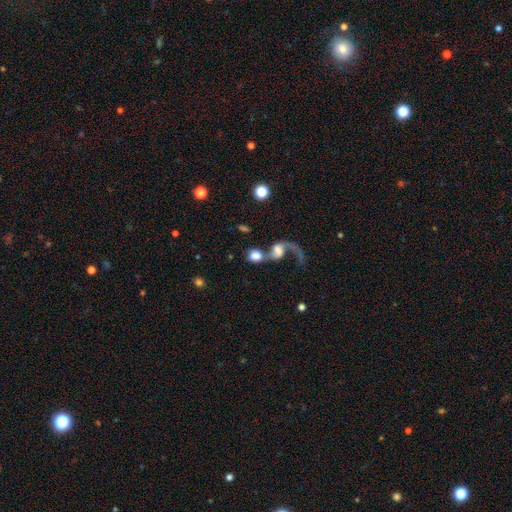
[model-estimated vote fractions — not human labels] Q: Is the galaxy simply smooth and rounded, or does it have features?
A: smooth — 58%.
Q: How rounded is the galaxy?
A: round — 59%.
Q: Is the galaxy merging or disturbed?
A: merger — 62%.